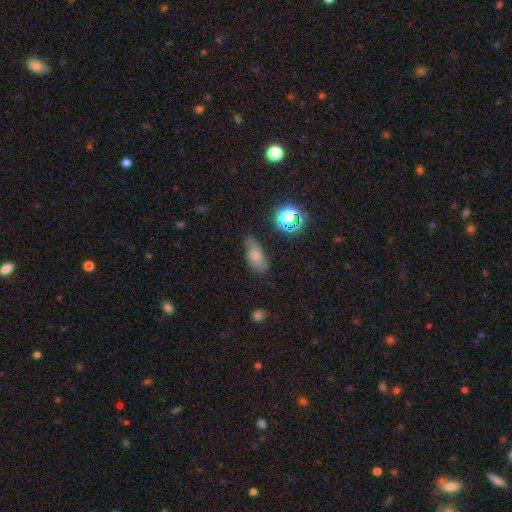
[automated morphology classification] A smooth galaxy with no disk features (66%) that is in between round and cigar-shaped (86%).

Vote fractions:
- Smooth or featured? smooth: 66% / featured or disk: 19% / star or artifact: 15%
- How rounded? in between: 86% / round: 8% / cigar-shaped: 6%
- Merging? none: 53% / minor disturbance: 33% / major disturbance: 11% / merger: 3%